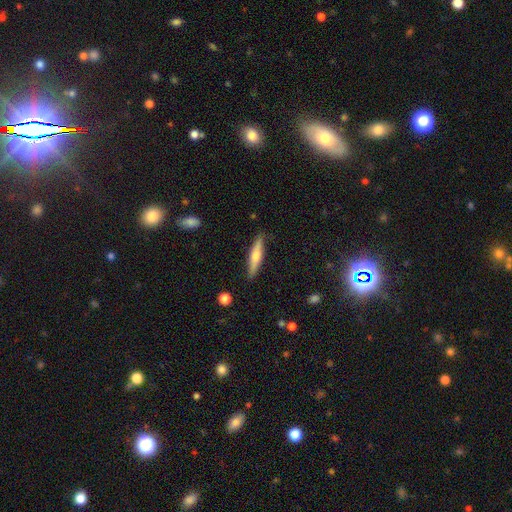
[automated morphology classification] Q: Smooth or featured?
A: smooth (53%); runner-up: featured or disk (41%)
Q: How rounded?
A: cigar-shaped (81%); runner-up: in between (17%)
Q: Merging?
A: none (85%); runner-up: minor disturbance (12%)